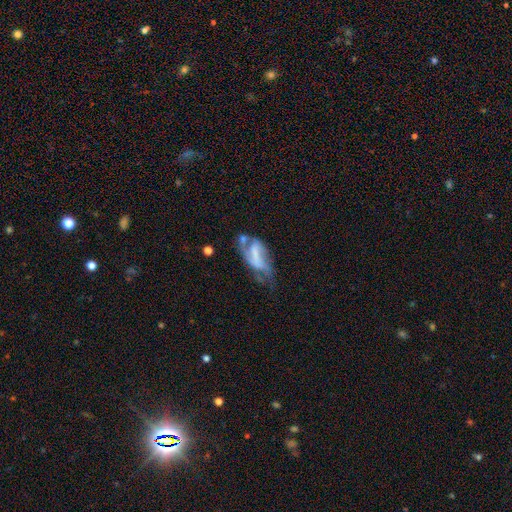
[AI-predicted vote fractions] smooth-or-featured: featured or disk: 61% | smooth: 29% | star or artifact: 9%
  disk-edge-on: no: 93% | yes: 7%
    bar: no: 39% | weak: 33% | strong: 28%
    has-spiral-arms: yes: 61% | no: 39%
    bulge-size: none: 51% | small: 23% | moderate: 16% | large: 8% | dominant: 2%
  merging: major disturbance: 36% | none: 25% | minor disturbance: 23% | merger: 16%